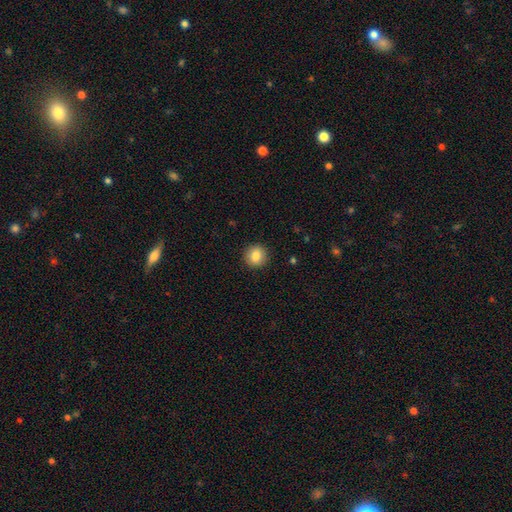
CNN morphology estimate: type=smooth (84%); roundness=round (92%); merging=none (92%).